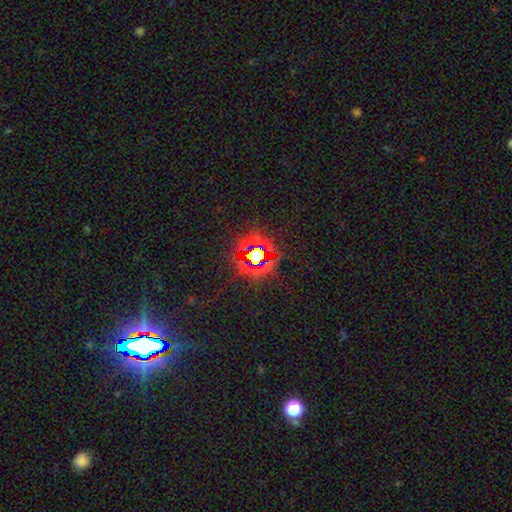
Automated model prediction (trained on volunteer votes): Smooth or featured? Predicted: star or artifact (p=0.79).